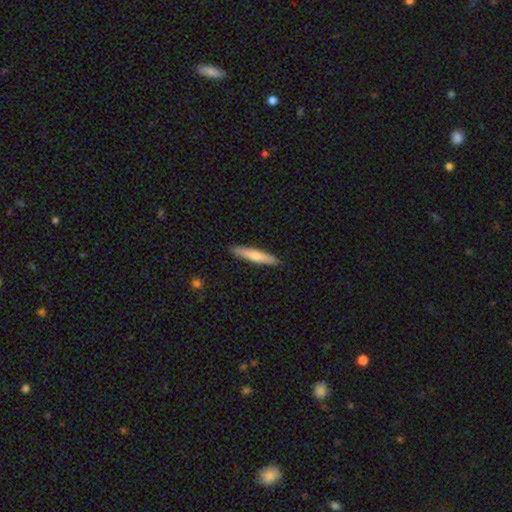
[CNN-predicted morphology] Smooth or featured?
  - smooth: 67% *
  - featured or disk: 28%
  - star or artifact: 5%
How rounded?
  - cigar-shaped: 90% *
  - in between: 8%
  - round: 1%
Merging?
  - none: 90% *
  - minor disturbance: 7%
  - major disturbance: 1%
  - merger: 1%